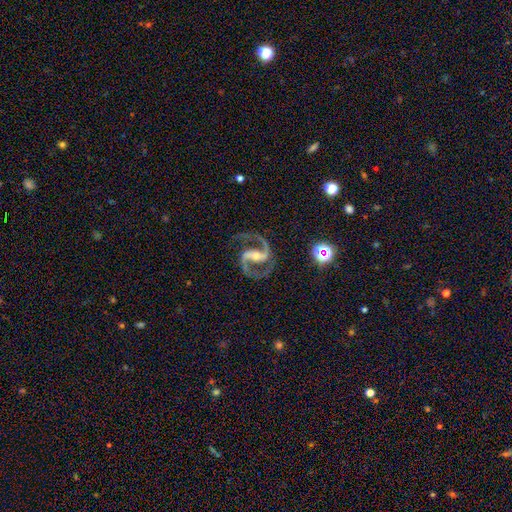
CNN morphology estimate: featured or disk 94%, star or artifact 4%, smooth 2%. Down the decision tree: edge-on disk — no (98%); bar — strong (54%); spiral arms — yes (99%); spiral arm count — 2 (94%); spiral winding — medium (70%); bulge size — small (49%); merging — none (80%).